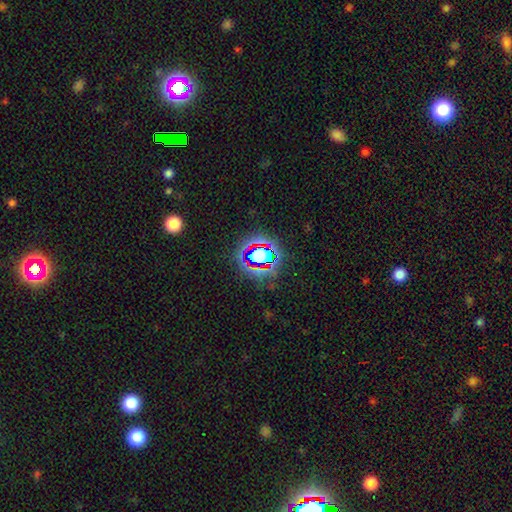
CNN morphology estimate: type=star or artifact (59%).